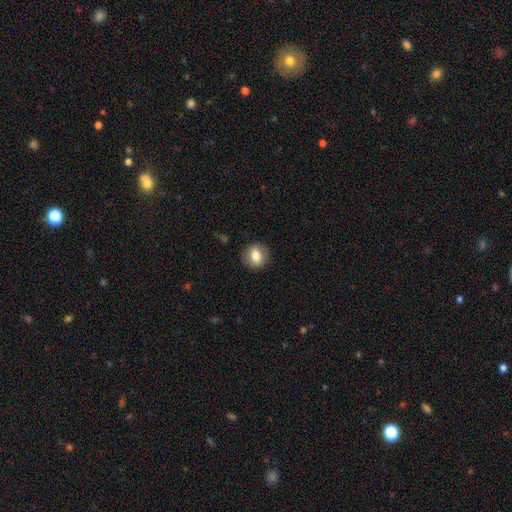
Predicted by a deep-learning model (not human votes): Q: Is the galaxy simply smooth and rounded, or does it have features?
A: smooth — 76%.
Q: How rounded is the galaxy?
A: round — 66%.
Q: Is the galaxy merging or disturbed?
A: none — 87%.